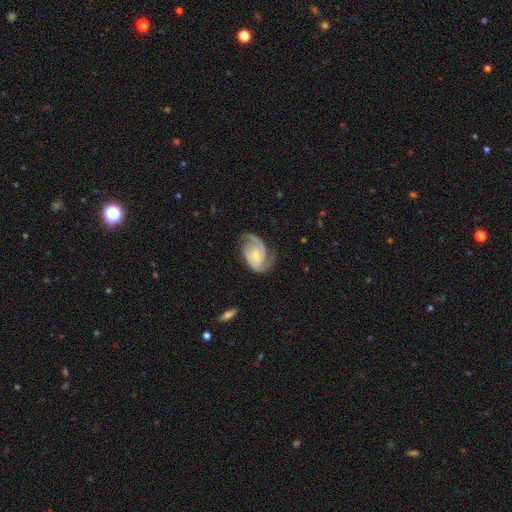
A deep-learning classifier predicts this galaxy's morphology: A featured or disk galaxy (86%) with no bar (58%), 2 (78%) medium (45%) spiral arms (97%) and a small central bulge (61%). Merging: none (64%).